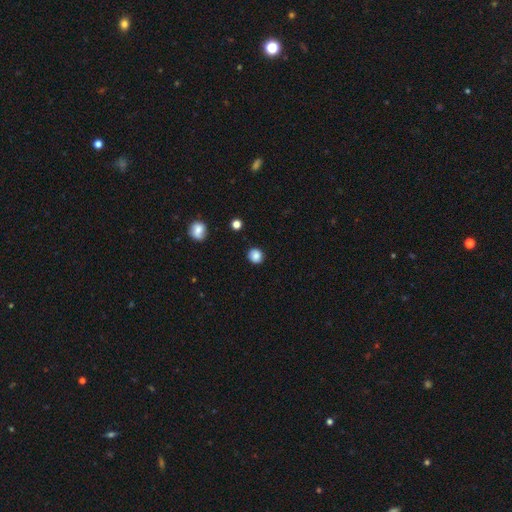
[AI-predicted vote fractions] A smooth galaxy with no disk features (85%) that is round (85%).

Vote fractions:
- Smooth or featured? smooth: 85% / star or artifact: 10% / featured or disk: 5%
- How rounded? round: 85% / in between: 14% / cigar-shaped: 1%
- Merging? none: 87% / minor disturbance: 9% / major disturbance: 2% / merger: 1%